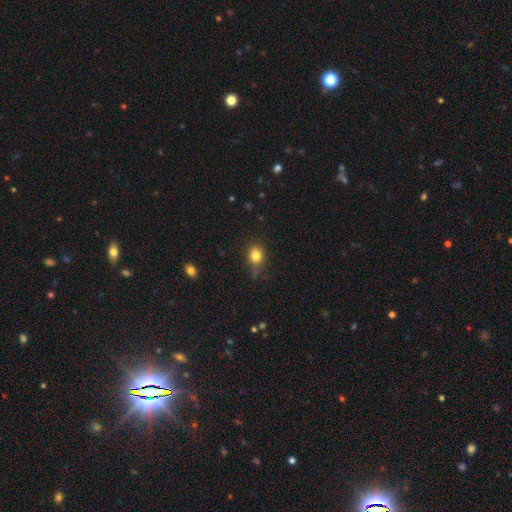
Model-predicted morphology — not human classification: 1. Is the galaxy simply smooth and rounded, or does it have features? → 83% smooth, 11% star or artifact, 6% featured or disk.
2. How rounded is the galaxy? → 67% round, 32% in between, 1% cigar-shaped.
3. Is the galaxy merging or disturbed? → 78% none, 15% minor disturbance, 4% major disturbance, 3% merger.